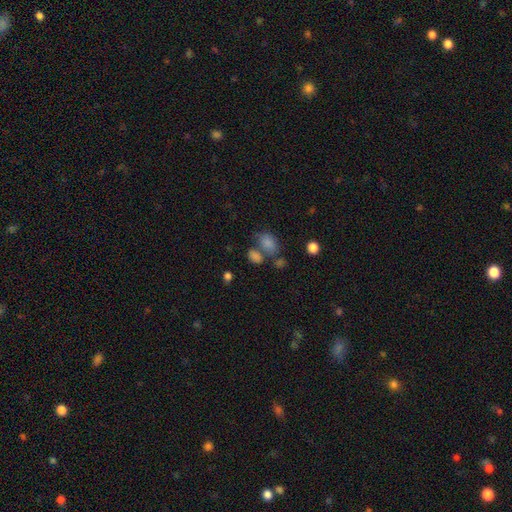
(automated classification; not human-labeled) smooth 78%, star or artifact 13%, featured or disk 9%. Down the decision tree: how rounded — in between (78%); merging — none (43%).